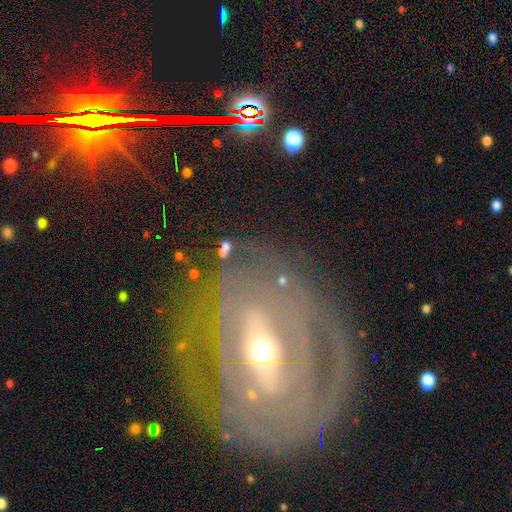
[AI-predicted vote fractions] Smooth or featured: featured or disk — 84% (star or artifact — 8%)
Edge-on disk: no — 91% (yes — 9%)
Bar: strong — 55% (weak — 31%)
Spiral arms: yes — 76% (no — 24%)
Spiral winding: tight — 72% (medium — 21%)
Spiral arm count: can't tell — 49% (2 — 23%)
Bulge size: moderate — 56% (small — 39%)
Merging: none — 74% (minor disturbance — 14%)